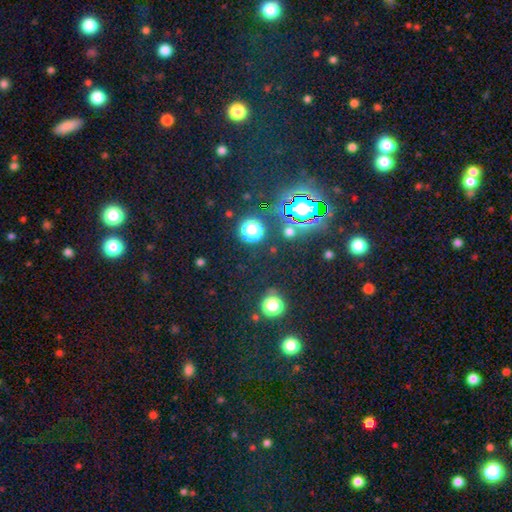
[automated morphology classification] Q: Smooth or featured?
A: star or artifact (73%); runner-up: smooth (20%)